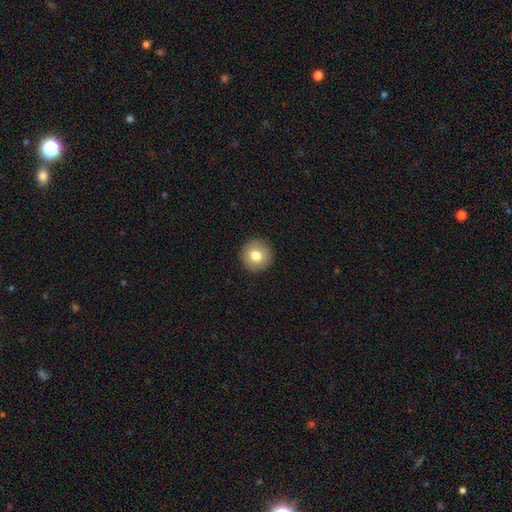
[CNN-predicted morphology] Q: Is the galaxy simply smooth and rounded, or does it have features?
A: smooth — 79%.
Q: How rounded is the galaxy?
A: round — 95%.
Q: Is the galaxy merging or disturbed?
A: none — 92%.